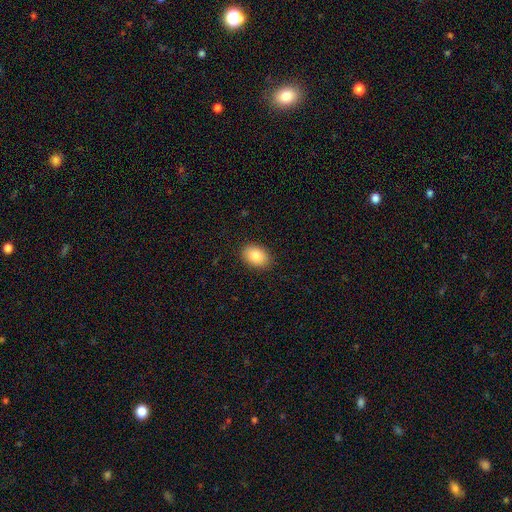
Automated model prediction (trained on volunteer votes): This is clearly a smooth galaxy (86%). How rounded: clearly in between (83%). Merging: clearly none (89%).